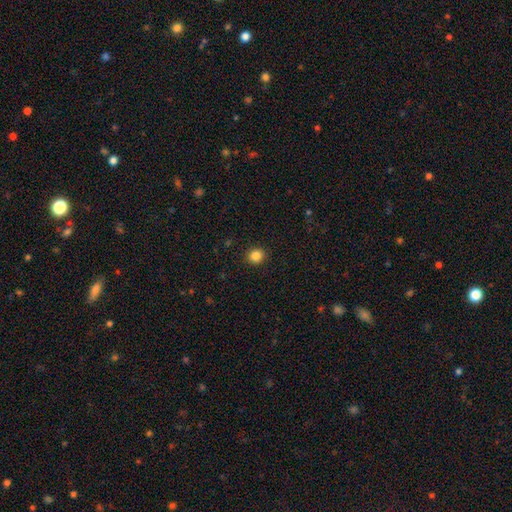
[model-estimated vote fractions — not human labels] smooth_or_featured: smooth (p=0.85) [alt: star or artifact p=0.11]
how_rounded: round (p=0.87) [alt: in between p=0.12]
merging: none (p=0.92) [alt: minor disturbance p=0.05]